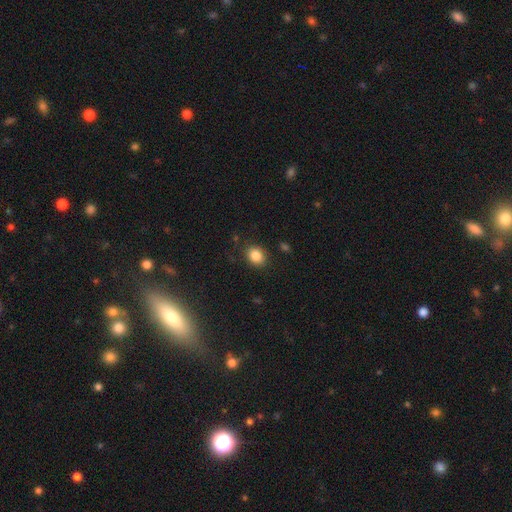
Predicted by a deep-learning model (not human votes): Smooth or featured?
  - smooth: 85% *
  - star or artifact: 10%
  - featured or disk: 5%
How rounded?
  - in between: 50% *
  - round: 49%
  - cigar-shaped: 1%
Merging?
  - none: 85% *
  - minor disturbance: 10%
  - major disturbance: 3%
  - merger: 2%